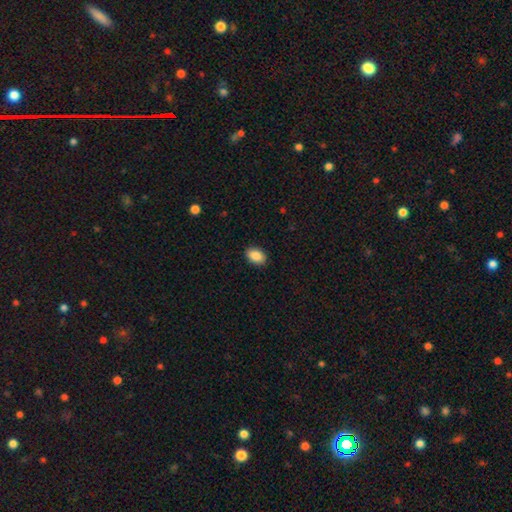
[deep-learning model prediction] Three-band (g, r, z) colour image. It shows a smooth galaxy with no disk features (89%) that is in between round and cigar-shaped (86%). Merging: none (89%).